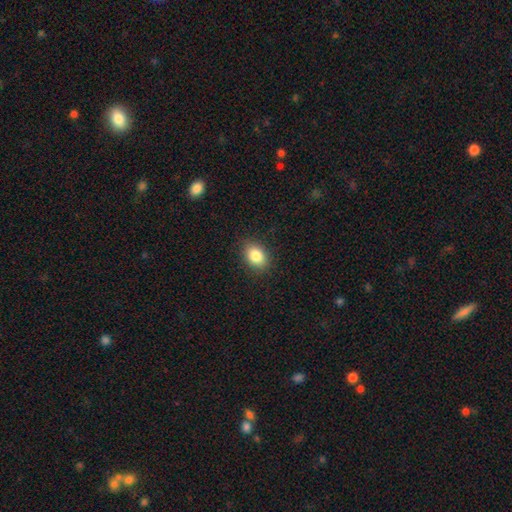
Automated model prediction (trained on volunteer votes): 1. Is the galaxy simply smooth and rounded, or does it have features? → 85% smooth, 9% star or artifact, 6% featured or disk.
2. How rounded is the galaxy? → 69% in between, 30% round, 1% cigar-shaped.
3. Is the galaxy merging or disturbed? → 88% none, 9% minor disturbance, 2% major disturbance, 1% merger.